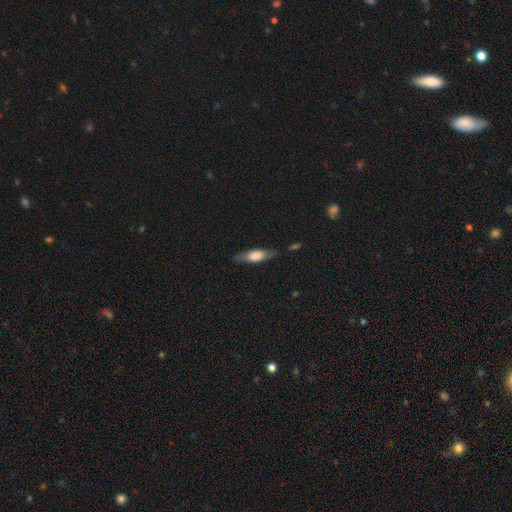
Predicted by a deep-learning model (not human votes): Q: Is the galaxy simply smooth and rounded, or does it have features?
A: smooth — 56%.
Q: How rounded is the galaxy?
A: cigar-shaped — 53%.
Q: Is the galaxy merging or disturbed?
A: none — 78%.